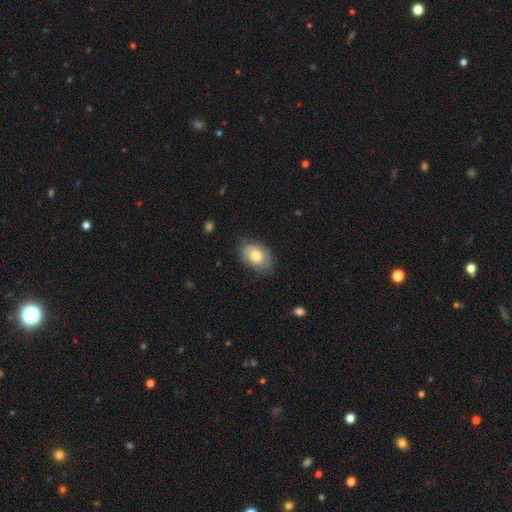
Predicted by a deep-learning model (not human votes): Smooth or featured? Predicted: smooth (p=0.72). How rounded? Predicted: in between (p=0.81). Merging? Predicted: none (p=0.73).